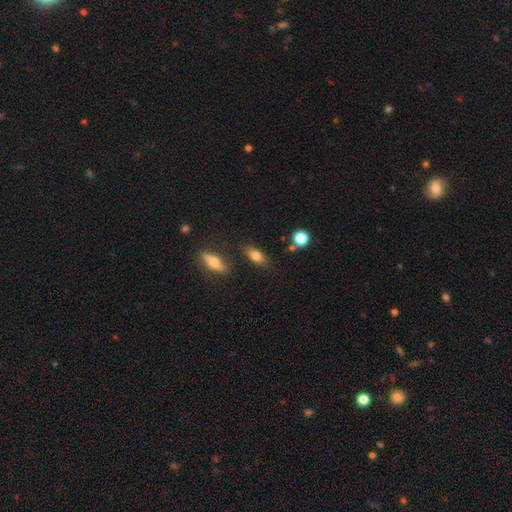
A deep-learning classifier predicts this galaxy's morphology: smooth-or-featured: smooth: 78% | featured or disk: 14% | star or artifact: 8%
  how-rounded: in between: 82% | cigar-shaped: 12% | round: 6%
  merging: none: 78% | minor disturbance: 13% | merger: 5% | major disturbance: 4%